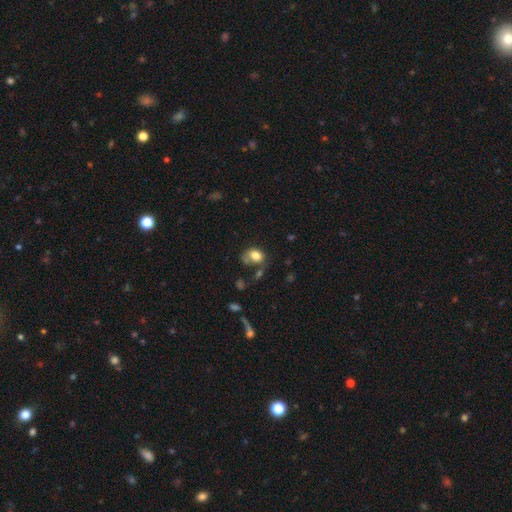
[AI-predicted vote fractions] Smooth or featured?
  - smooth: 79% *
  - featured or disk: 12%
  - star or artifact: 10%
How rounded?
  - in between: 70% *
  - round: 29%
  - cigar-shaped: 1%
Merging?
  - none: 47% *
  - minor disturbance: 26%
  - major disturbance: 14%
  - merger: 13%